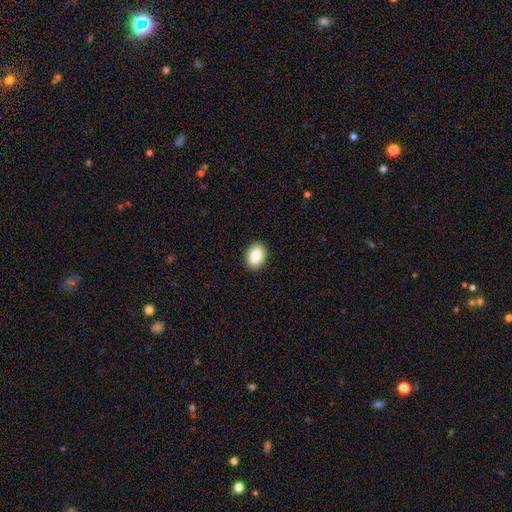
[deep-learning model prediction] Smooth or featured? Predicted: smooth (p=0.83). How rounded? Predicted: in between (p=0.72). Merging? Predicted: none (p=0.91).